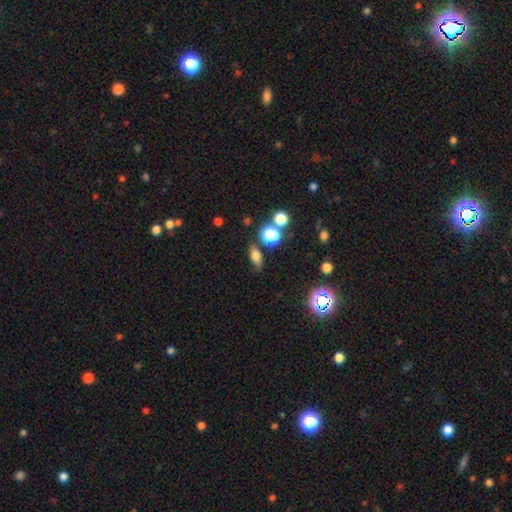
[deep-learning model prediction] A smooth galaxy with no disk features (72%) that is in between round and cigar-shaped (72%).

Vote fractions:
- Smooth or featured? smooth: 72% / star or artifact: 16% / featured or disk: 12%
- How rounded? in between: 72% / round: 17% / cigar-shaped: 11%
- Merging? none: 73% / minor disturbance: 16% / merger: 6% / major disturbance: 5%